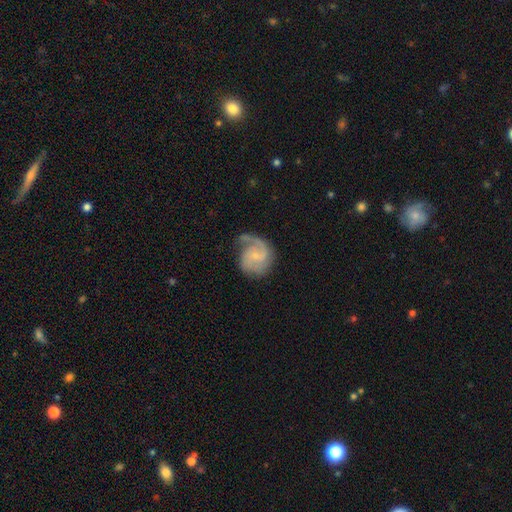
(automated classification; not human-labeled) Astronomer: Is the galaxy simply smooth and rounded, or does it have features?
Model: featured or disk — 81%.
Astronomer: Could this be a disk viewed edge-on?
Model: no — 98%.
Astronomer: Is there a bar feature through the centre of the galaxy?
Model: no — 64%.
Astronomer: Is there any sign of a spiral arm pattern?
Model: yes — 96%.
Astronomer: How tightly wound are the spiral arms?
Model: medium — 46% (runner-up: tight, 37%).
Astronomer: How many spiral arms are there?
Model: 2 — 49%.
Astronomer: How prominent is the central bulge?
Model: small — 73%.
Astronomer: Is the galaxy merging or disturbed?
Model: none — 58%.